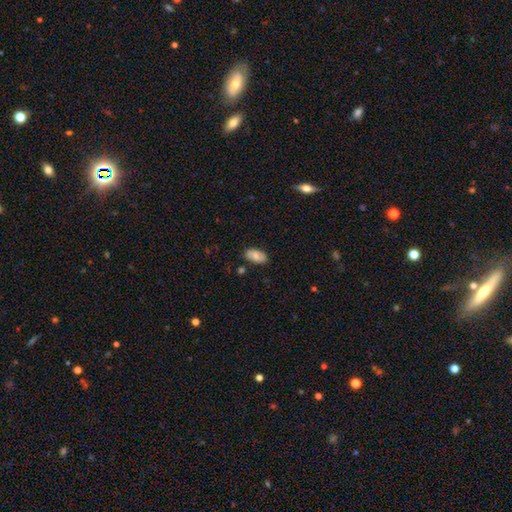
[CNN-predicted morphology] This appears to be a smooth galaxy with no disk features (72%) that is in between round and cigar-shaped (93%). Merging: none (81%).